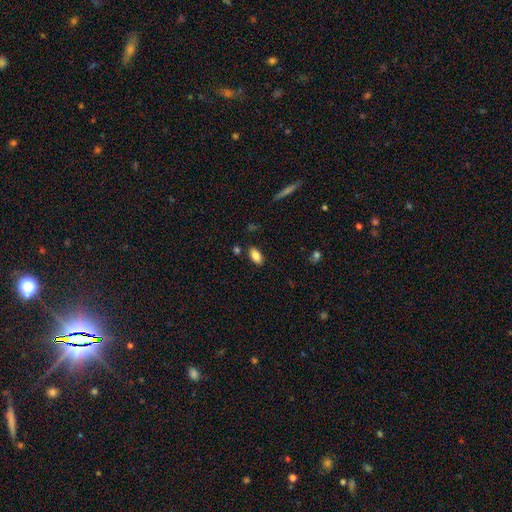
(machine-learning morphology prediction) This appears to be a smooth galaxy with no disk features (85%) that is in between round and cigar-shaped (92%). Merging: none (84%).